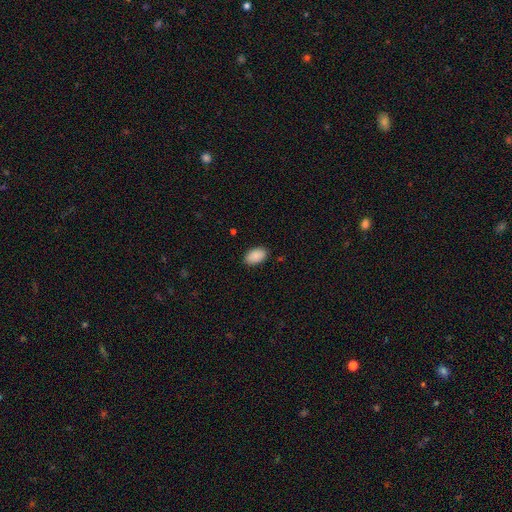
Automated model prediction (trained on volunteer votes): A smooth galaxy with no disk features (90%) that is in between round and cigar-shaped (92%).

Vote fractions:
- Smooth or featured? smooth: 90% / star or artifact: 7% / featured or disk: 3%
- How rounded? in between: 92% / round: 6% / cigar-shaped: 1%
- Merging? none: 87% / minor disturbance: 9% / major disturbance: 2% / merger: 1%